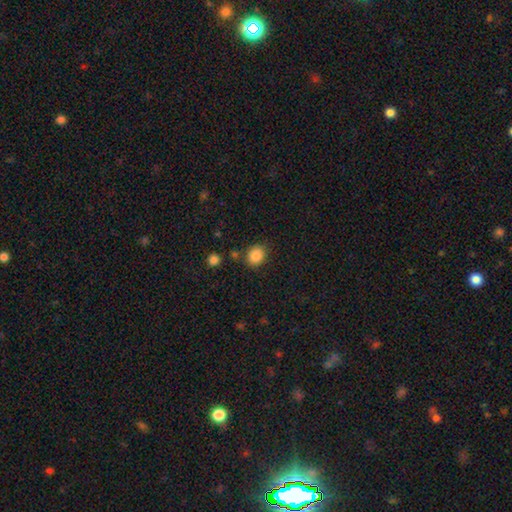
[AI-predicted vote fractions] This is clearly a smooth galaxy (86%). How rounded: likely round (66%). Merging: clearly none (81%).